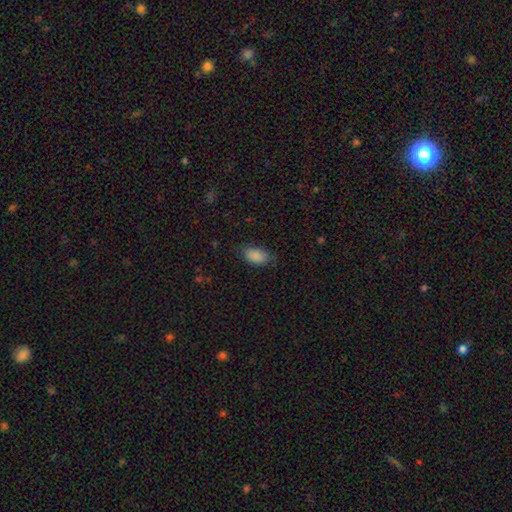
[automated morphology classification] Overall: smooth (87%). How rounded: in between (93%). Merging: none (73%).